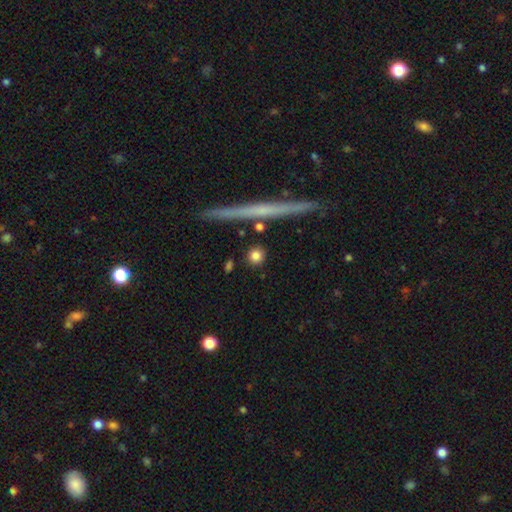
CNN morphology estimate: This is likely a smooth galaxy (80%). How rounded: clearly round (90%). Merging: clearly none (86%).